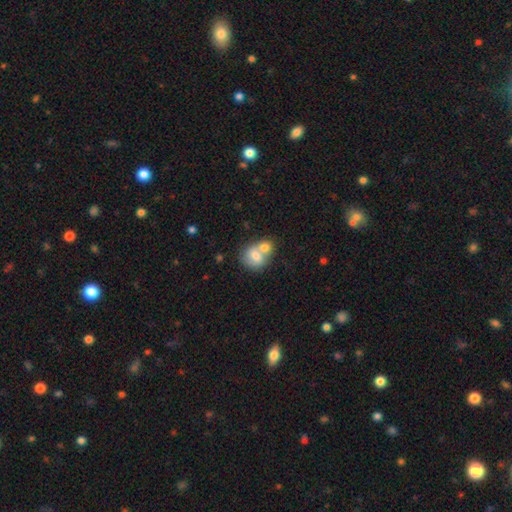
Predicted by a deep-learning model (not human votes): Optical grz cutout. It shows a smooth galaxy with no disk features (69%) that is round (61%). Merging: merger (66%).